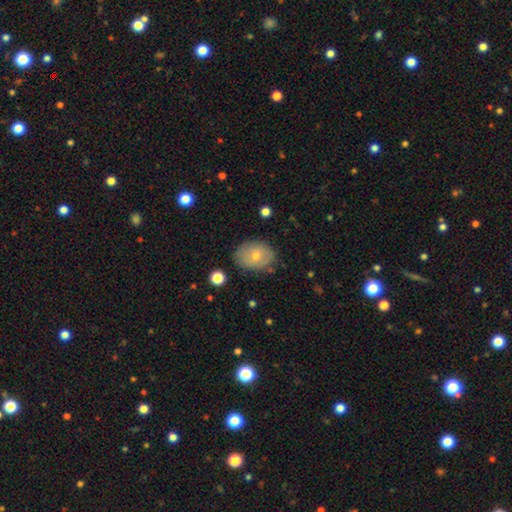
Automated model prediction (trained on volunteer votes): smooth_or_featured: smooth (p=0.61) [alt: featured or disk p=0.29]
how_rounded: in between (p=0.66) [alt: round p=0.33]
merging: none (p=0.79) [alt: minor disturbance p=0.16]